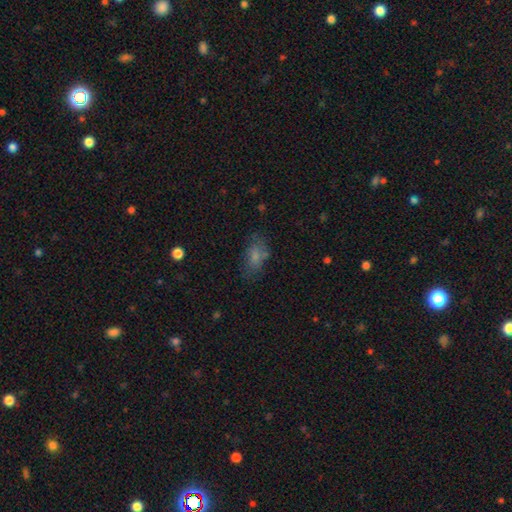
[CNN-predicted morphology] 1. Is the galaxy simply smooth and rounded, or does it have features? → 70% smooth, 18% featured or disk, 12% star or artifact.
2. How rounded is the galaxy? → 88% in between, 7% round, 5% cigar-shaped.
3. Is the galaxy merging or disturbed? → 61% none, 22% minor disturbance, 11% major disturbance, 6% merger.